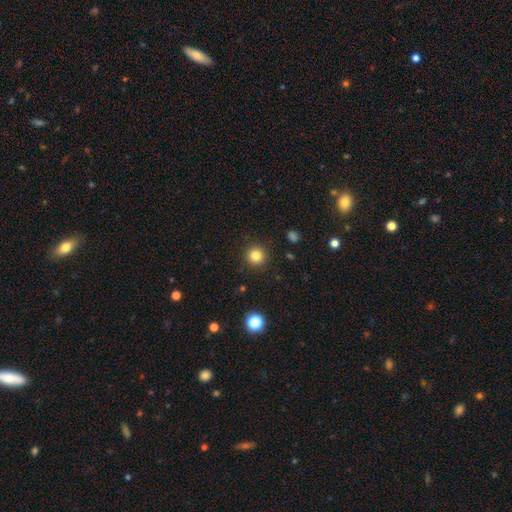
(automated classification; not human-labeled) This is clearly a smooth galaxy (83%). How rounded: clearly round (95%). Merging: clearly none (91%).